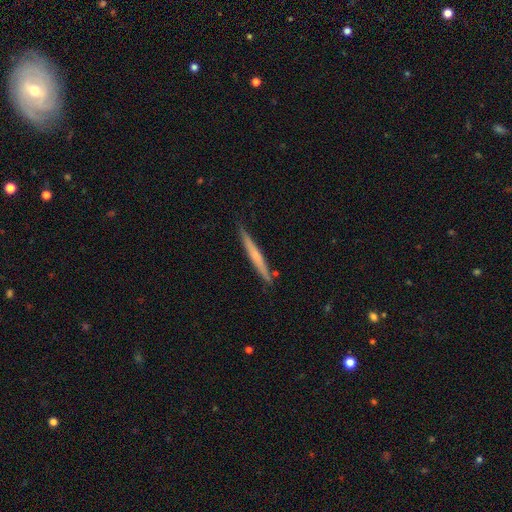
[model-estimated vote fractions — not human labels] Overall: smooth (48%; featured or disk 47%). Merging: none (87%).